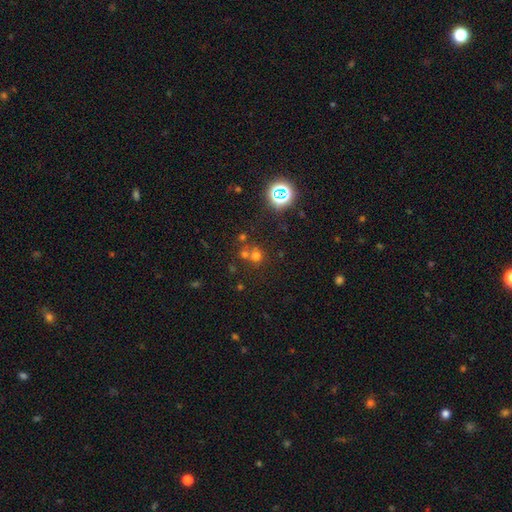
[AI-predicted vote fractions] Smooth or featured? Predicted: smooth (p=0.57). How rounded? Predicted: round (p=0.87). Merging? Predicted: none (p=0.56).